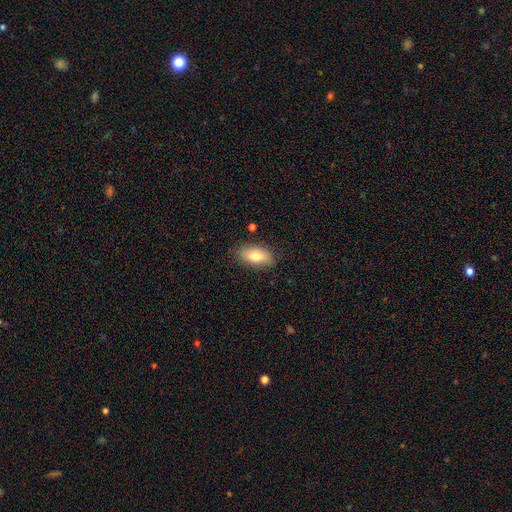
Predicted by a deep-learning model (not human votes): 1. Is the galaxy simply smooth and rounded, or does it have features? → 77% smooth, 16% featured or disk, 7% star or artifact.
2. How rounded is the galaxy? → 89% in between, 8% cigar-shaped, 4% round.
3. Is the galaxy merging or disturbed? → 83% none, 13% minor disturbance, 3% major disturbance, 1% merger.